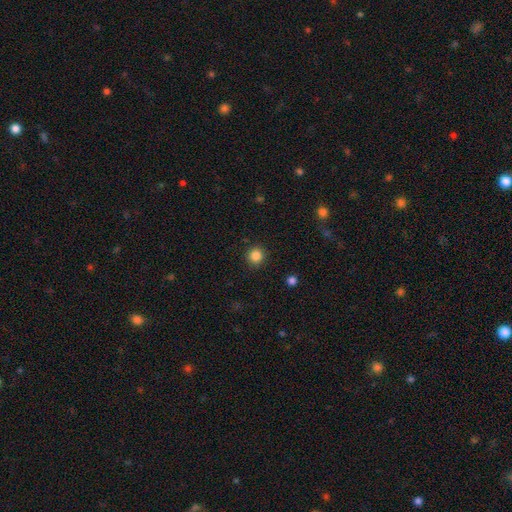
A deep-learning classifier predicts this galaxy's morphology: Overall: smooth (85%). How rounded: round (92%). Merging: none (91%).